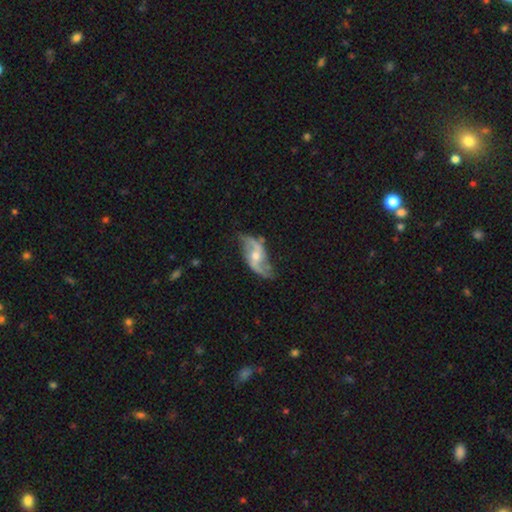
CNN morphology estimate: A featured or disk galaxy (86%) with no bar (42%), 2 (93%) loose (79%) spiral arms (94%) and a moderate central bulge (58%). Merging: none (73%).